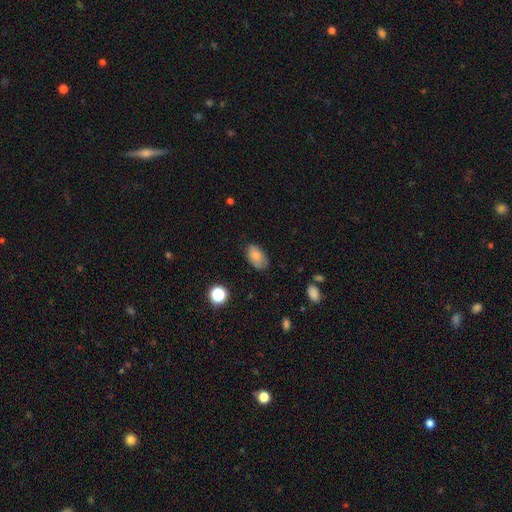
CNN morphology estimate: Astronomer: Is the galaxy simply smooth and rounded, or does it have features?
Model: smooth — 79%.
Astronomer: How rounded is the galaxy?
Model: in between — 91%.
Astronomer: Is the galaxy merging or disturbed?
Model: none — 72%.